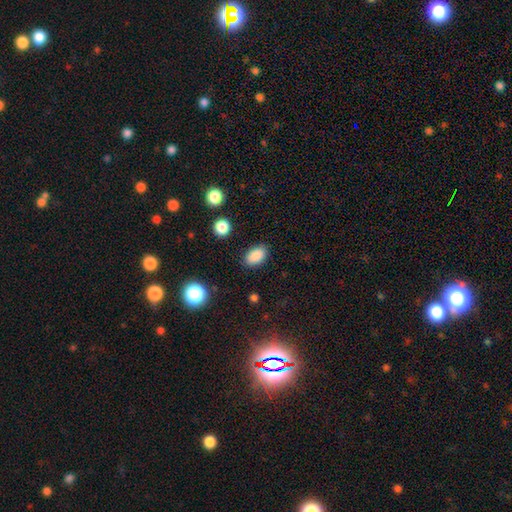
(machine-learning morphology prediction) A smooth galaxy with no disk features (87%) that is in between round and cigar-shaped (91%).

Vote fractions:
- Smooth or featured? smooth: 87% / star or artifact: 9% / featured or disk: 4%
- How rounded? in between: 91% / round: 8% / cigar-shaped: 2%
- Merging? none: 86% / minor disturbance: 10% / major disturbance: 3% / merger: 1%